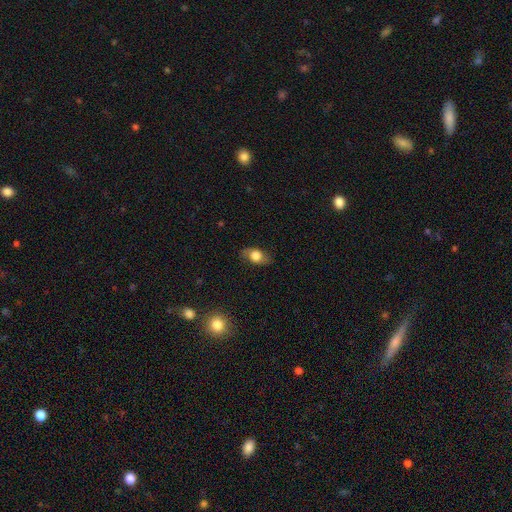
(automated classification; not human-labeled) Overall: smooth (61%; featured or disk 30%). How rounded: in between (78%). Merging: none (78%).